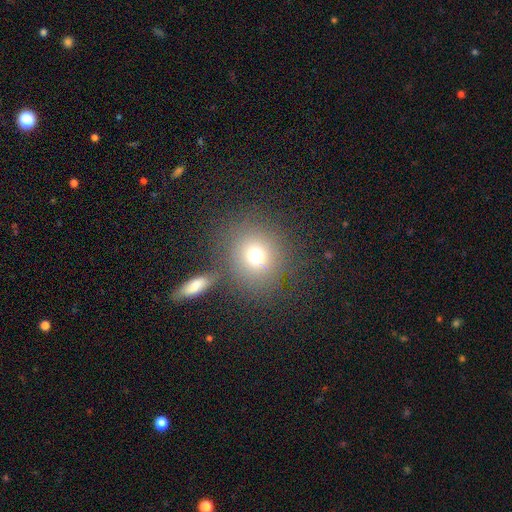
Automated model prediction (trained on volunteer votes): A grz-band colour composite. It shows a smooth galaxy with no disk features (72%) that is round (82%). Merging: none (73%).